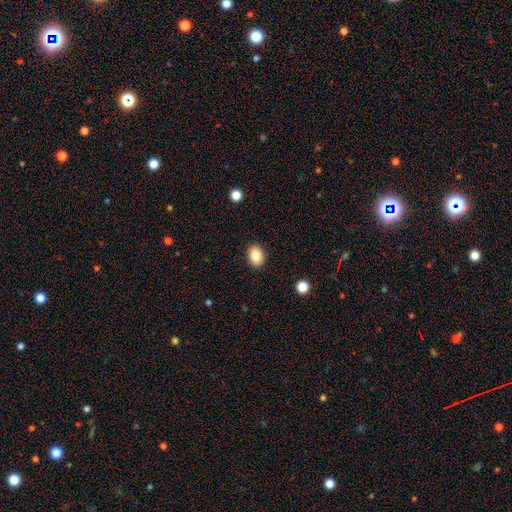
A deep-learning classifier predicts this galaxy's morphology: smooth 86%, star or artifact 8%, featured or disk 6%. Down the decision tree: how rounded — in between (71%); merging — none (90%).